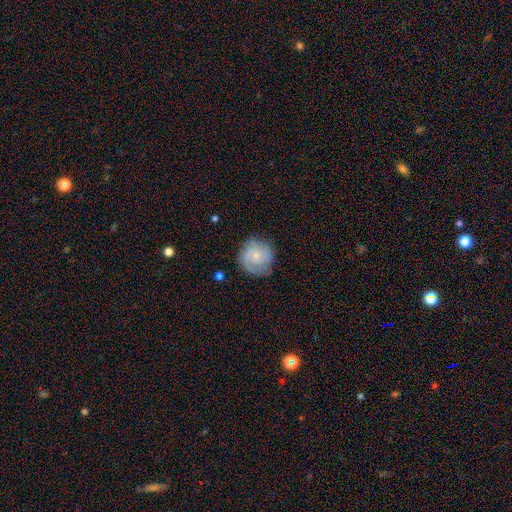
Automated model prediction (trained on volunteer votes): The model was most divided on "smooth or featured": featured or disk: 49%, smooth: 44%, star or artifact: 7%. More confident: merging — none (76%).